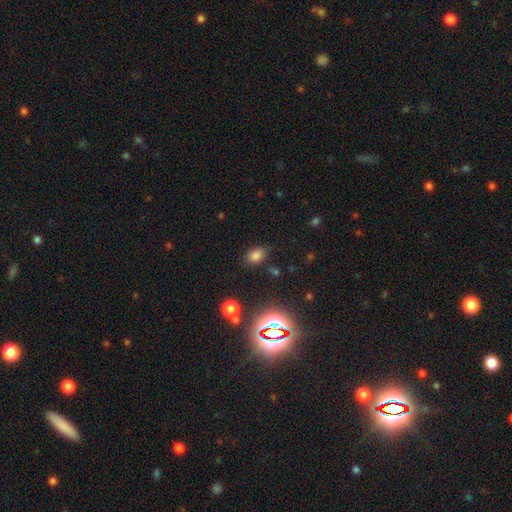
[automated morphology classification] Overall: smooth (74%). How rounded: in between (79%). Merging: none (79%).